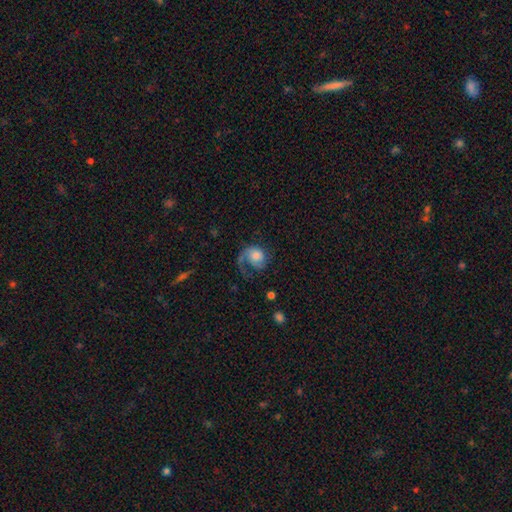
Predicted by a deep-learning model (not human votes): Smooth or featured? Predicted: featured or disk (p=0.61). Edge-on disk? Predicted: no (p=0.98). Bar? Predicted: no (p=0.76). Spiral arms? Predicted: yes (p=0.90). Spiral winding? Predicted: loose (p=0.44). Spiral arm count? Predicted: 1 (p=0.74). Bulge size? Predicted: moderate (p=0.39). Merging? Predicted: major disturbance (p=0.41).